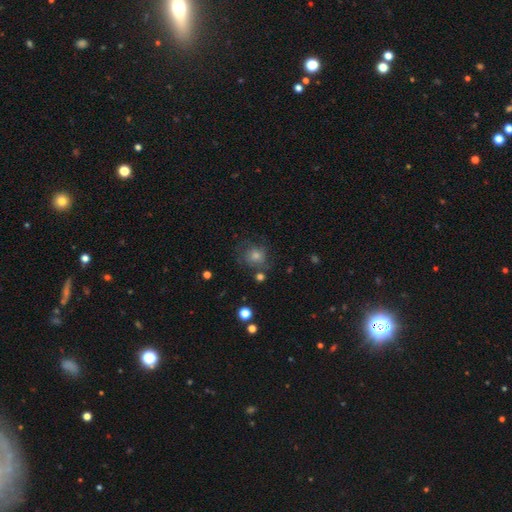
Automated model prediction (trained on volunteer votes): This appears to be a smooth galaxy with no disk features (68%) that is round (79%). Merging: none (59%).